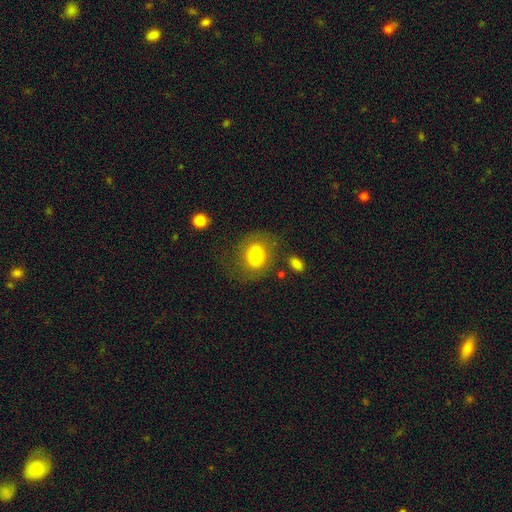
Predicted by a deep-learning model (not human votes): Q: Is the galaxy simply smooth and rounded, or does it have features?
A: smooth — 71%.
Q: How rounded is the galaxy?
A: round — 65%.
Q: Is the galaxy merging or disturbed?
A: none — 66%.